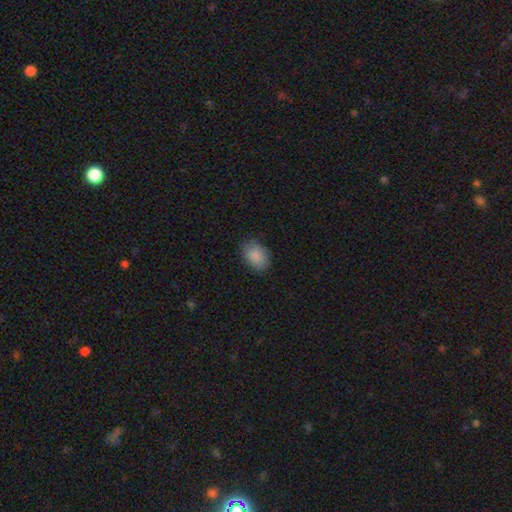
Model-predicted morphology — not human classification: type=smooth (88%); roundness=in between (77%); merging=none (82%).